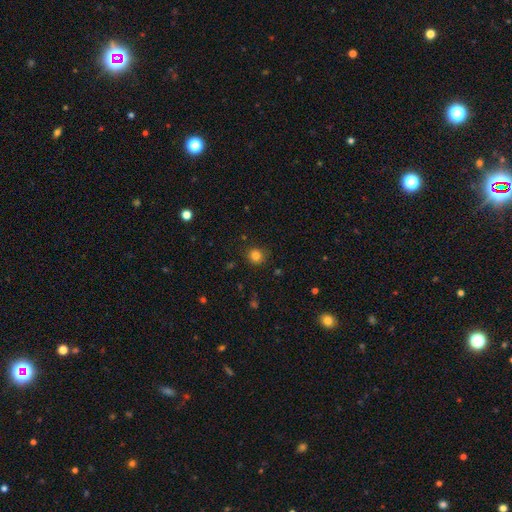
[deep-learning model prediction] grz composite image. It shows a smooth galaxy with no disk features (82%) that is round (88%). Merging: none (86%).